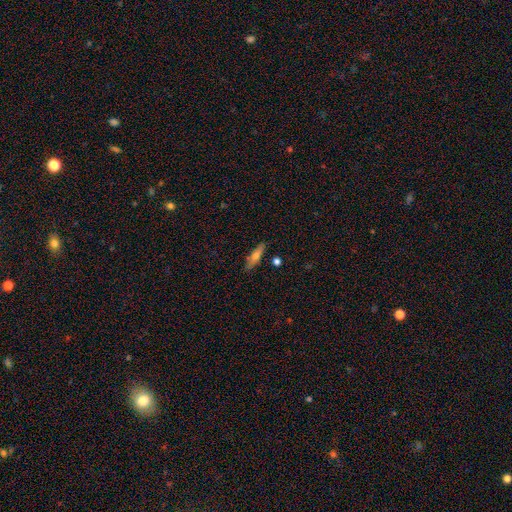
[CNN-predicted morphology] A smooth galaxy with no disk features (62%) that is cigar-shaped (65%). Merging: none (83%).